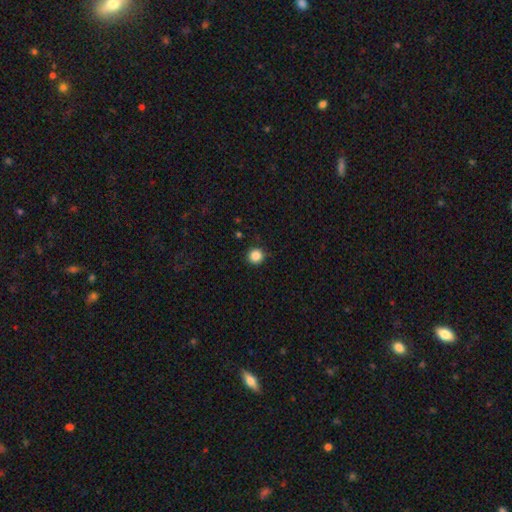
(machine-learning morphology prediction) A smooth galaxy with no disk features (86%) that is round (95%).

Vote fractions:
- Smooth or featured? smooth: 86% / star or artifact: 11% / featured or disk: 3%
- How rounded? round: 95% / in between: 4% / cigar-shaped: 1%
- Merging? none: 91% / minor disturbance: 6% / major disturbance: 2% / merger: 1%